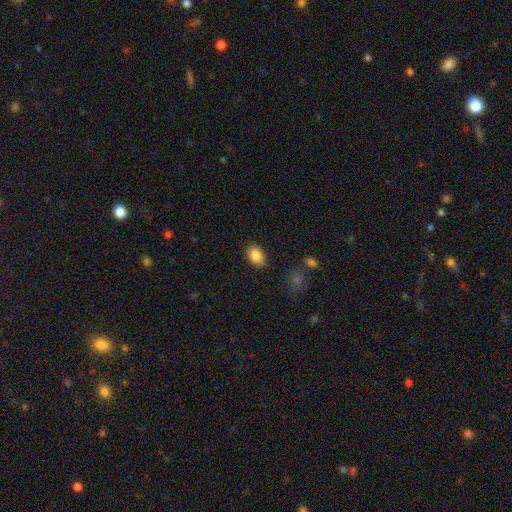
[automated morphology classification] smooth 86%, star or artifact 8%, featured or disk 6%. Down the decision tree: how rounded — in between (82%); merging — none (87%).